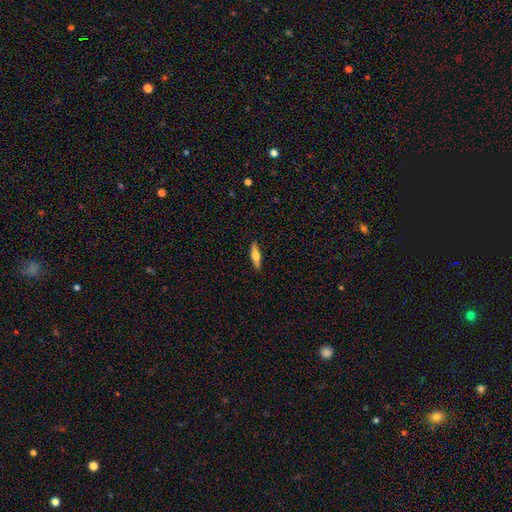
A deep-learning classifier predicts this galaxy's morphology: The model was most divided on "smooth or featured": smooth: 50%, featured or disk: 44%, star or artifact: 6%. More confident: merging — none (90%); how rounded — cigar-shaped (63%).